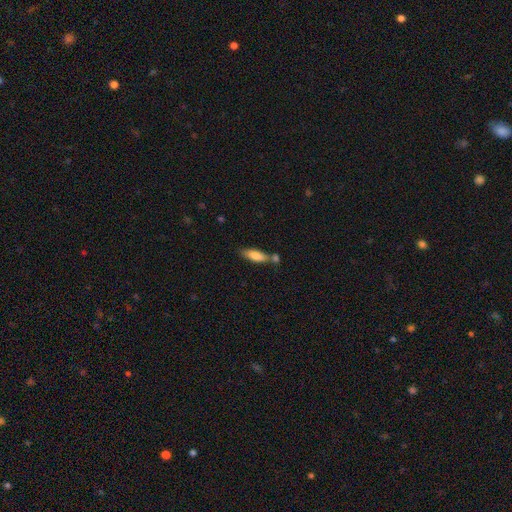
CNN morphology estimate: This appears to be a smooth galaxy with no disk features (80%) that is in between round and cigar-shaped (56%). Merging: none (53%).